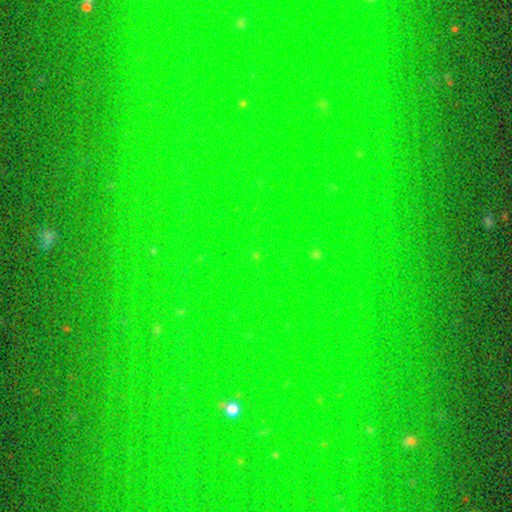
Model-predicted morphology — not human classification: type=star or artifact (80%).